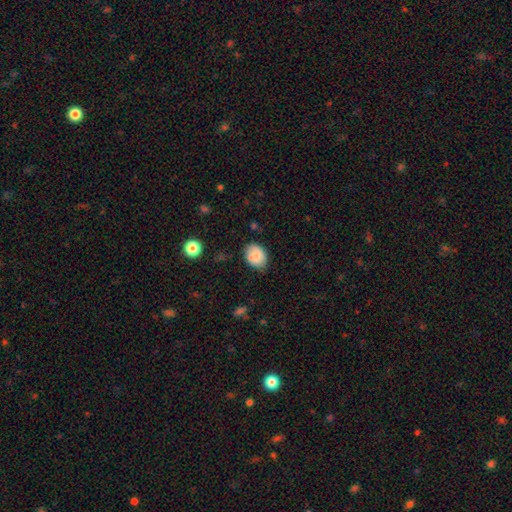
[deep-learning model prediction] This is clearly a smooth galaxy (81%). How rounded: likely in between (69%). Merging: likely none (70%).